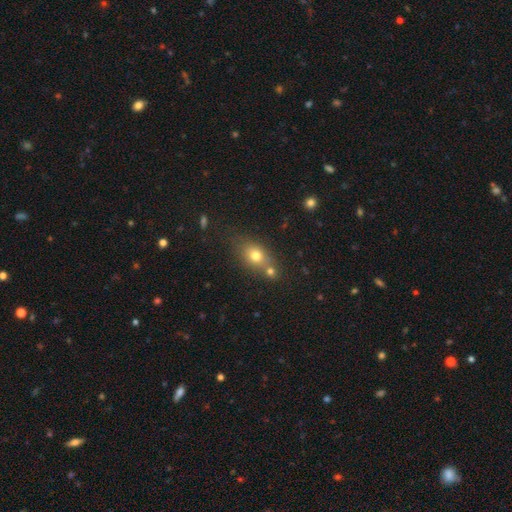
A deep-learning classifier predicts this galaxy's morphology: A smooth galaxy with no disk features (73%) that is in between round and cigar-shaped (64%).

Vote fractions:
- Smooth or featured? smooth: 73% / featured or disk: 15% / star or artifact: 12%
- How rounded? in between: 64% / round: 32% / cigar-shaped: 5%
- Merging? none: 52% / merger: 30% / minor disturbance: 13% / major disturbance: 5%